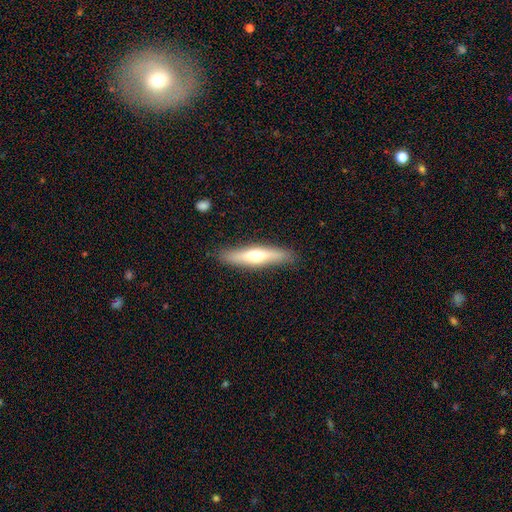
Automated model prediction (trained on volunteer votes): This appears to be a smooth galaxy with no disk features (49%). Merging: none (88%).